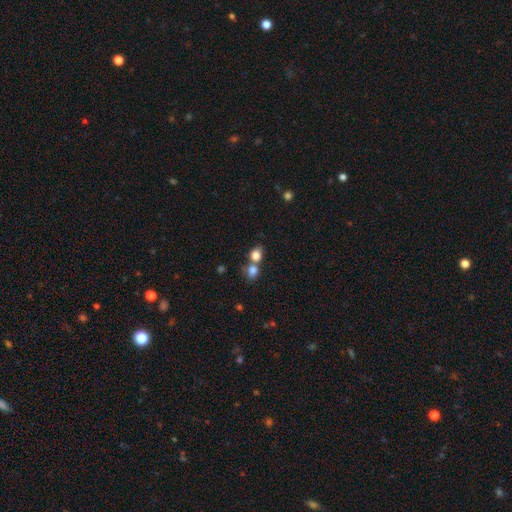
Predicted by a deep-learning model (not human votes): smooth 81%, star or artifact 11%, featured or disk 8%. Down the decision tree: how rounded — round (56%); merging — merger (50%).